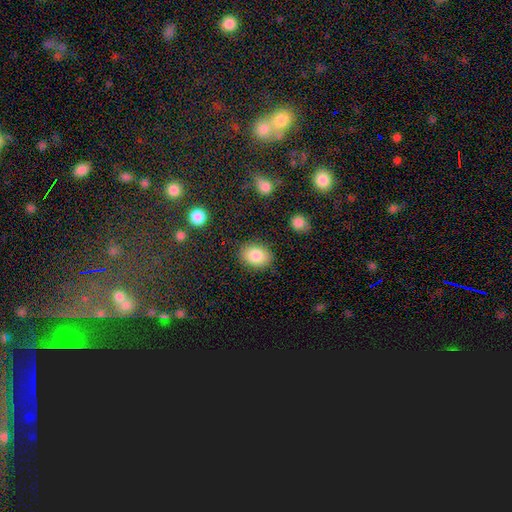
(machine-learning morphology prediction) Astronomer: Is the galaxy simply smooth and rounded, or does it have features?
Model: smooth — 84%.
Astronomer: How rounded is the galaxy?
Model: in between — 70%.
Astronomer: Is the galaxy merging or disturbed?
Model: none — 85%.